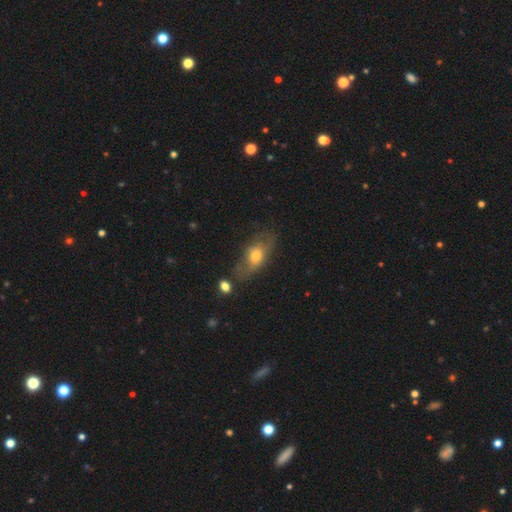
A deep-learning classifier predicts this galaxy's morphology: The model was most divided on "smooth or featured": smooth: 58%, featured or disk: 34%, star or artifact: 8%. More confident: how rounded — in between (78%); merging — none (59%).